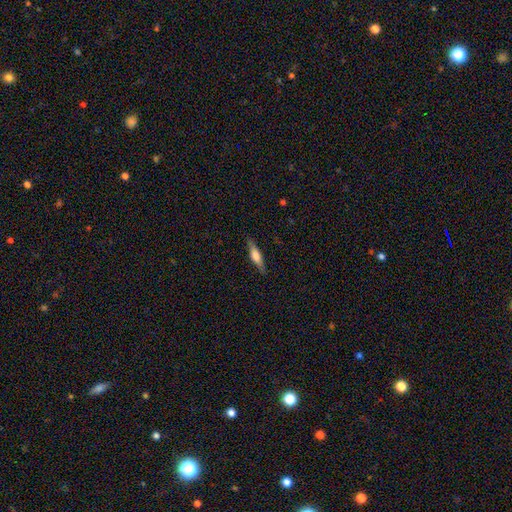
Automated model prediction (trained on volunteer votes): Overall: smooth (49%; featured or disk 44%). Merging: none (87%).